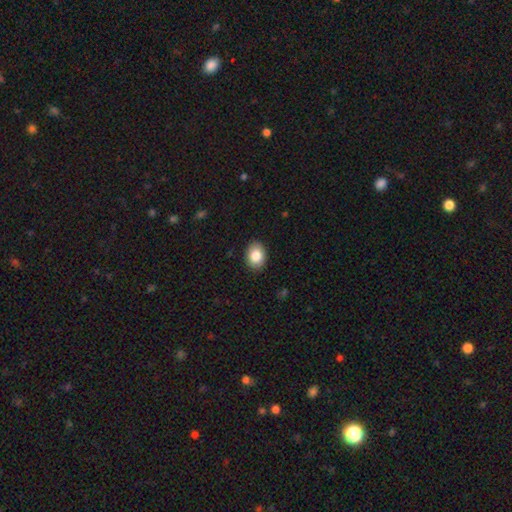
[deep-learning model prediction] Q: Smooth or featured?
A: smooth (84%); runner-up: featured or disk (9%)
Q: How rounded?
A: in between (71%); runner-up: round (28%)
Q: Merging?
A: none (89%); runner-up: minor disturbance (8%)